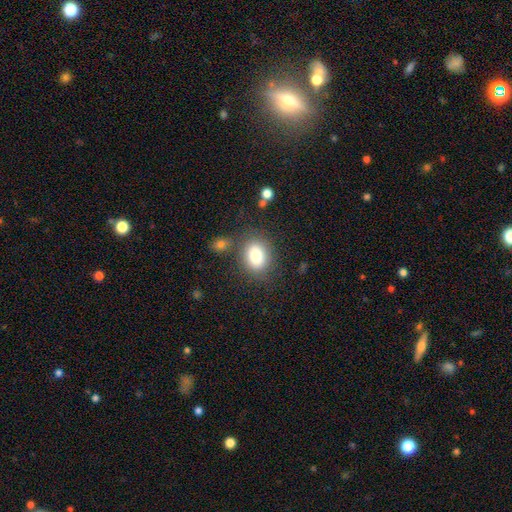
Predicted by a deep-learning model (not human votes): Overall: smooth (81%). How rounded: in between (57%; round 42%). Merging: none (74%).